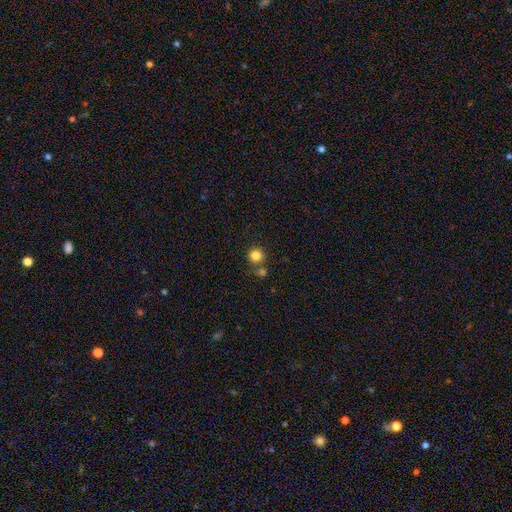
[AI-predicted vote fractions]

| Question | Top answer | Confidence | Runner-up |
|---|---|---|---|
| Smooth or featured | smooth | 83% | star or artifact (12%) |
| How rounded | round | 94% | in between (6%) |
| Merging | none | 74% | merger (15%) |